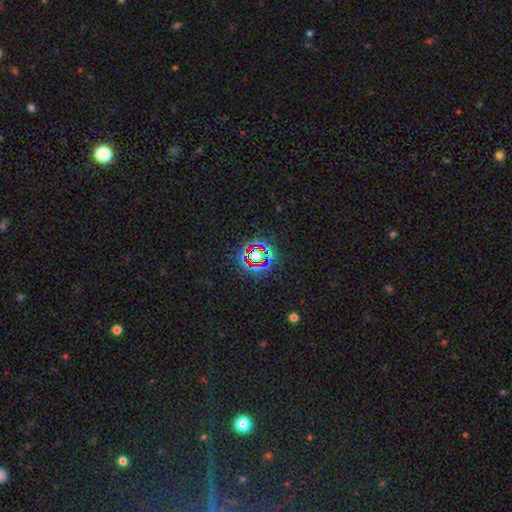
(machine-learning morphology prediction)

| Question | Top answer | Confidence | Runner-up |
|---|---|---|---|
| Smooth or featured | star or artifact | 74% | smooth (16%) |